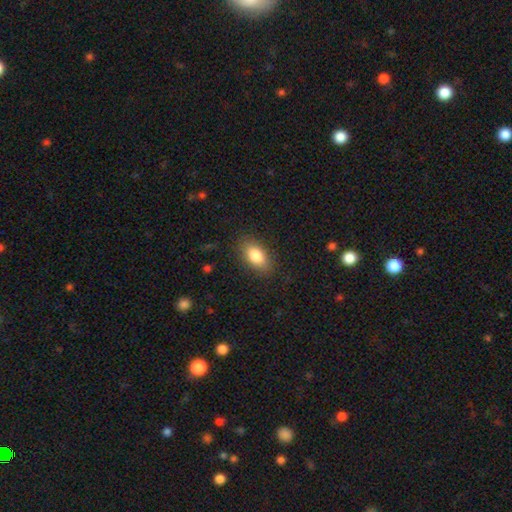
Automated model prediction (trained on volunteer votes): smooth_or_featured: smooth (p=0.83) [alt: featured or disk p=0.09]
how_rounded: in between (p=0.90) [alt: round p=0.06]
merging: none (p=0.85) [alt: minor disturbance p=0.11]